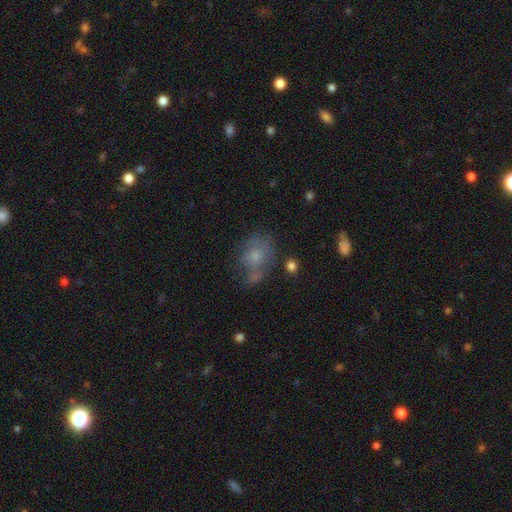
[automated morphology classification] This appears to be a smooth galaxy with no disk features (62%) that is in between round and cigar-shaped (54%). Merging: none (43%).